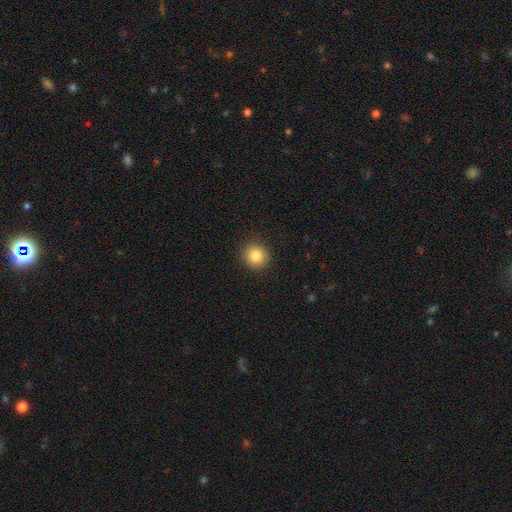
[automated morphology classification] smooth 83%, star or artifact 10%, featured or disk 7%. Down the decision tree: how rounded — round (90%); merging — none (91%).